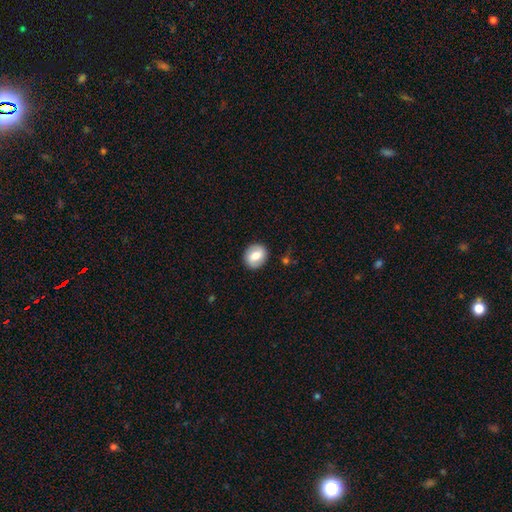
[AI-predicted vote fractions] Q: Smooth or featured?
A: smooth (65%); runner-up: featured or disk (27%)
Q: How rounded?
A: round (64%); runner-up: in between (35%)
Q: Merging?
A: none (86%); runner-up: minor disturbance (10%)